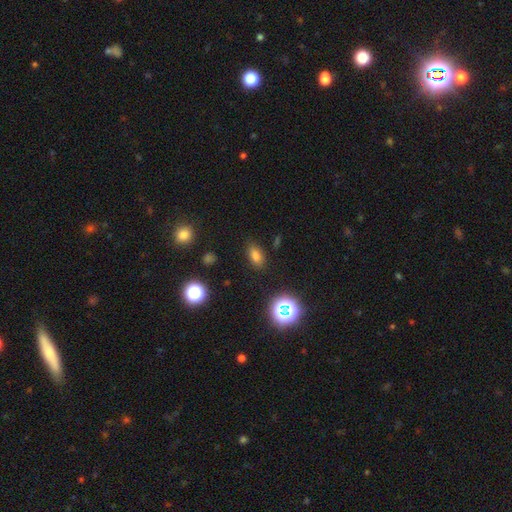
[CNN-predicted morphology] The model was most divided on "smooth or featured": smooth: 74%, star or artifact: 19%, featured or disk: 7%. More confident: how rounded — in between (85%); merging — none (84%).